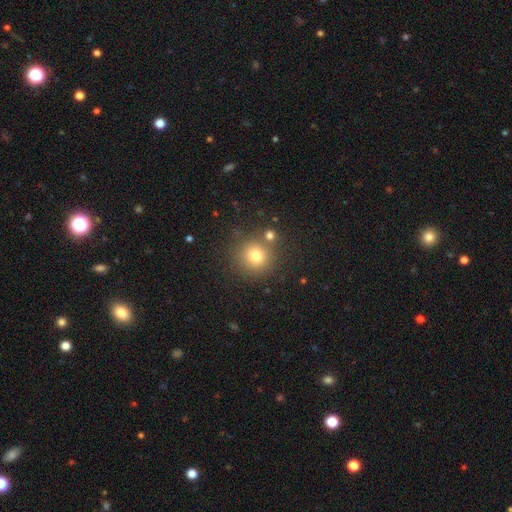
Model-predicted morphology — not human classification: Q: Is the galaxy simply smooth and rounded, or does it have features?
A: smooth — 76%.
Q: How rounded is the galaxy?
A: round — 93%.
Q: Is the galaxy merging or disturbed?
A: none — 77%.